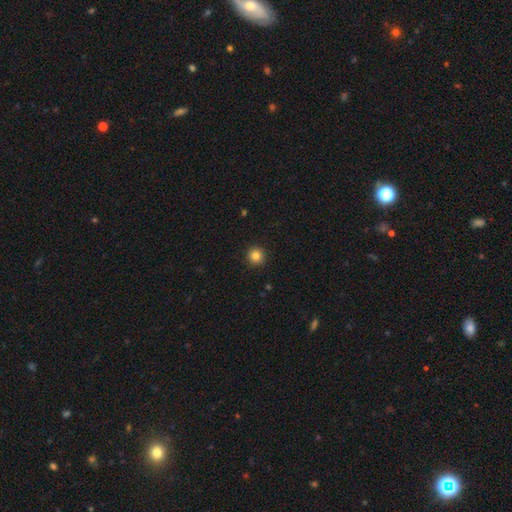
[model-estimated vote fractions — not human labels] smooth_or_featured: smooth (p=0.84) [alt: star or artifact p=0.11]
how_rounded: round (p=0.96) [alt: in between p=0.03]
merging: none (p=0.93) [alt: minor disturbance p=0.05]